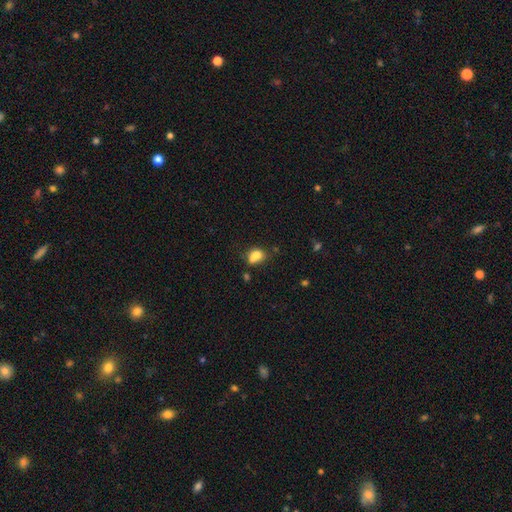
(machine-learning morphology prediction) smooth_or_featured: smooth (p=0.76) [alt: featured or disk p=0.12]
how_rounded: in between (p=0.64) [alt: round p=0.34]
merging: none (p=0.37) [alt: merger p=0.27]